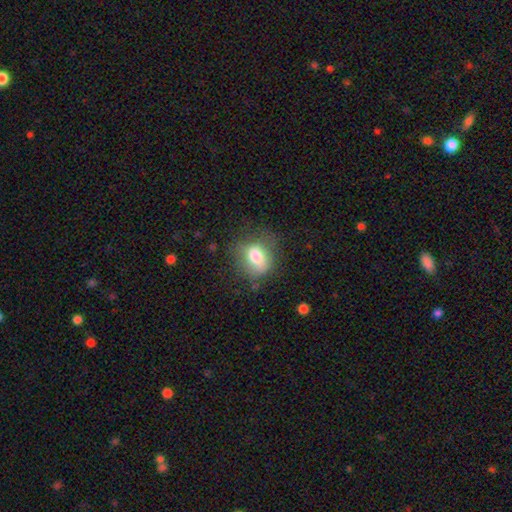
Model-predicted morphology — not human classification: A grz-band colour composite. It shows a smooth galaxy with no disk features (74%) that is in between round and cigar-shaped (58%). Merging: none (56%).